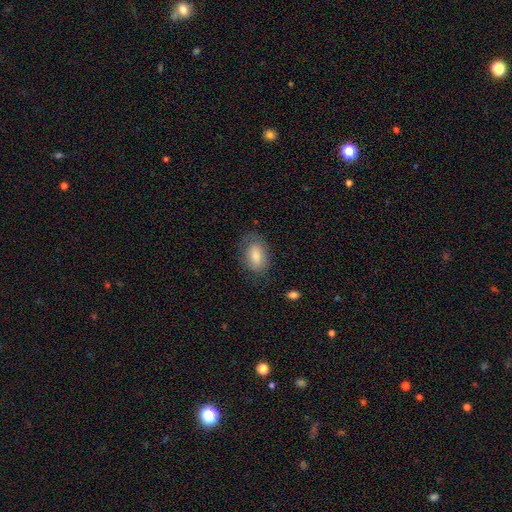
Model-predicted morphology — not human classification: Q: Smooth or featured?
A: smooth (72%); runner-up: featured or disk (20%)
Q: How rounded?
A: in between (86%); runner-up: round (13%)
Q: Merging?
A: none (72%); runner-up: minor disturbance (20%)